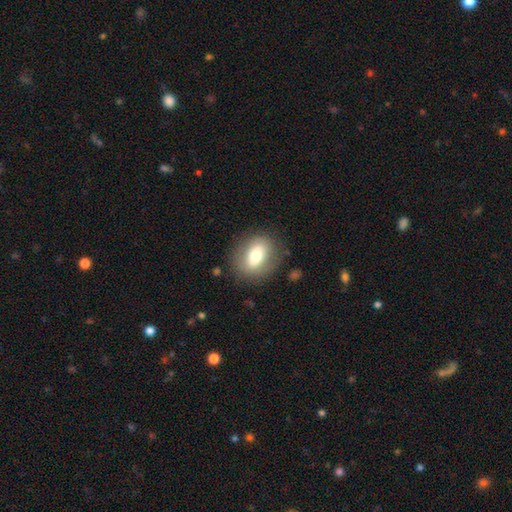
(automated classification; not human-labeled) A smooth galaxy with no disk features (66%) that is in between round and cigar-shaped (67%). Merging: none (80%).